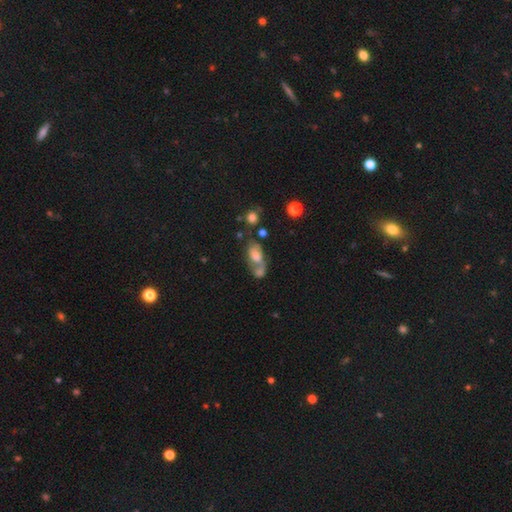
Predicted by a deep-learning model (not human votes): This is possibly a smooth galaxy (52%). How rounded: clearly in between (81%). Merging: possibly merger (49%).